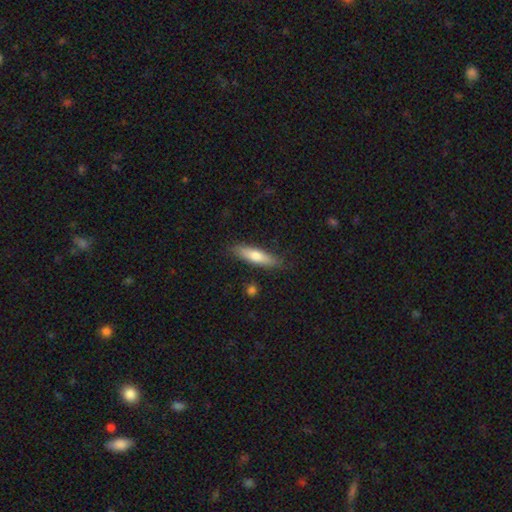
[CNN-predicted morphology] smooth_or_featured: smooth (p=0.68) [alt: featured or disk p=0.26]
how_rounded: cigar-shaped (p=0.72) [alt: in between p=0.26]
merging: none (p=0.84) [alt: minor disturbance p=0.12]